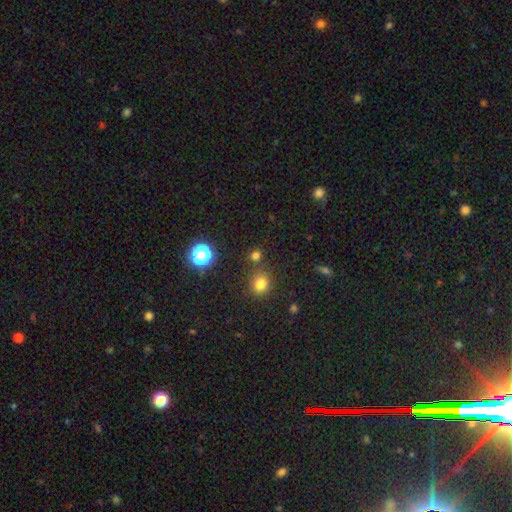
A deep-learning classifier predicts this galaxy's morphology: Smooth or featured: smooth — 69% (star or artifact — 25%)
How rounded: round — 83% (in between — 16%)
Merging: none — 78% (merger — 11%)